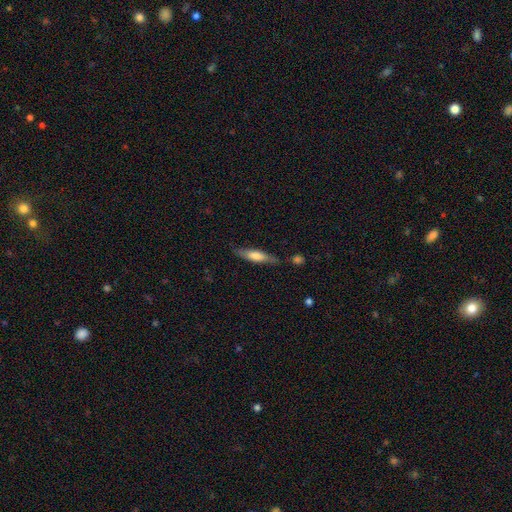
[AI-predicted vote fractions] A smooth galaxy with no disk features (58%) that is cigar-shaped (73%).

Vote fractions:
- Smooth or featured? smooth: 58% / featured or disk: 36% / star or artifact: 6%
- How rounded? cigar-shaped: 73% / in between: 26% / round: 2%
- Merging? none: 75% / minor disturbance: 17% / major disturbance: 4% / merger: 4%